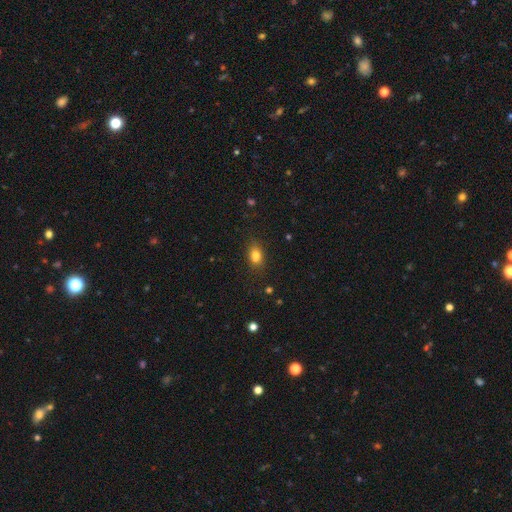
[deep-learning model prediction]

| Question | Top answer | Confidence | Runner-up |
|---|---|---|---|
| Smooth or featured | smooth | 81% | star or artifact (11%) |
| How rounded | in between | 77% | round (20%) |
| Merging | none | 79% | minor disturbance (15%) |